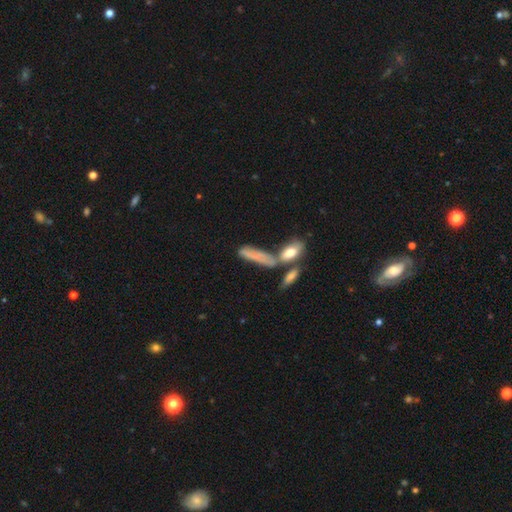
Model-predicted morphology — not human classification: Smooth or featured: smooth — 65% (featured or disk — 26%)
How rounded: cigar-shaped — 67% (in between — 30%)
Merging: none — 38% (merger — 32%)